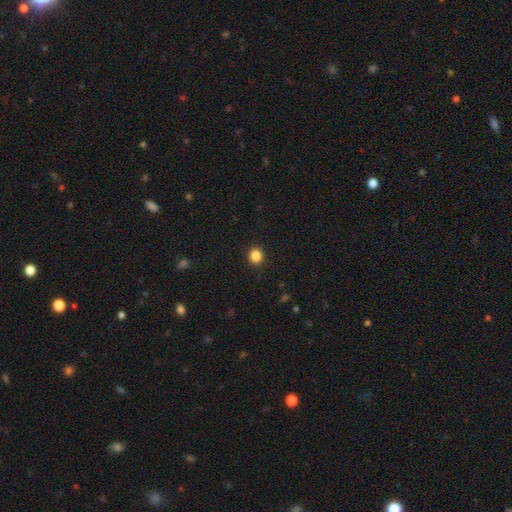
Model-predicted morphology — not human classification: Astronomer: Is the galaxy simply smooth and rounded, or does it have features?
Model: smooth — 86%.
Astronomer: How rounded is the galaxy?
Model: round — 73%.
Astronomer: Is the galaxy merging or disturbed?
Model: none — 91%.